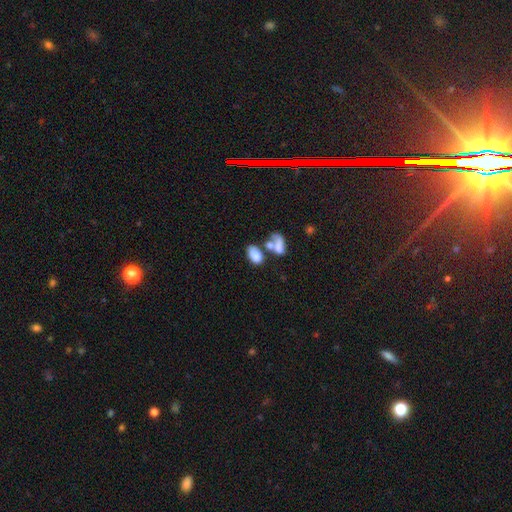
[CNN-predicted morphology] Overall: smooth (69%). How rounded: in between (87%). Merging: merger (55%; none 21%).